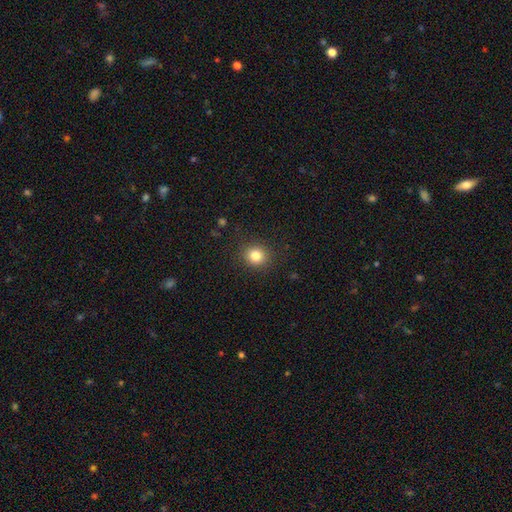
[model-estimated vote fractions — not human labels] Q: Smooth or featured?
A: smooth (82%); runner-up: star or artifact (12%)
Q: How rounded?
A: round (86%); runner-up: in between (13%)
Q: Merging?
A: none (89%); runner-up: minor disturbance (7%)